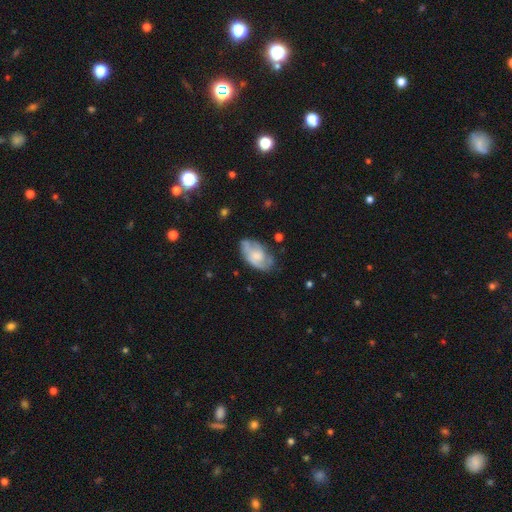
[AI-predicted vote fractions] Q: Smooth or featured?
A: featured or disk (55%); runner-up: smooth (38%)
Q: Edge-on disk?
A: no (95%); runner-up: yes (5%)
Q: Bar?
A: no (72%); runner-up: weak (24%)
Q: Spiral arms?
A: yes (72%); runner-up: no (28%)
Q: Bulge size?
A: moderate (36%); runner-up: small (30%)
Q: Merging?
A: none (58%); runner-up: minor disturbance (28%)